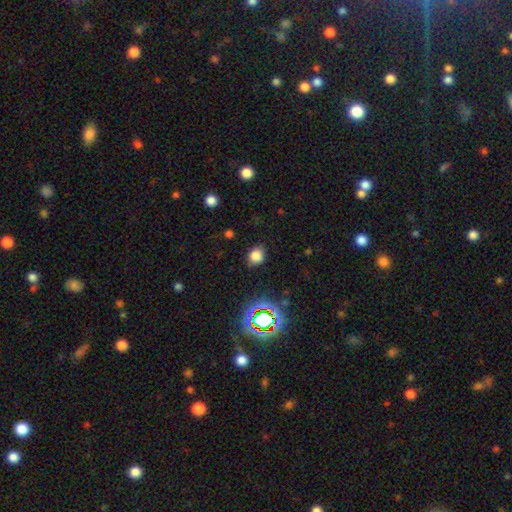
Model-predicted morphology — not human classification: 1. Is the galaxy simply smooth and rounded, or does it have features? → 76% smooth, 17% star or artifact, 6% featured or disk.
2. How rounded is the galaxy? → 63% round, 36% in between, 1% cigar-shaped.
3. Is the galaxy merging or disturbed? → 81% none, 14% minor disturbance, 4% major disturbance, 2% merger.